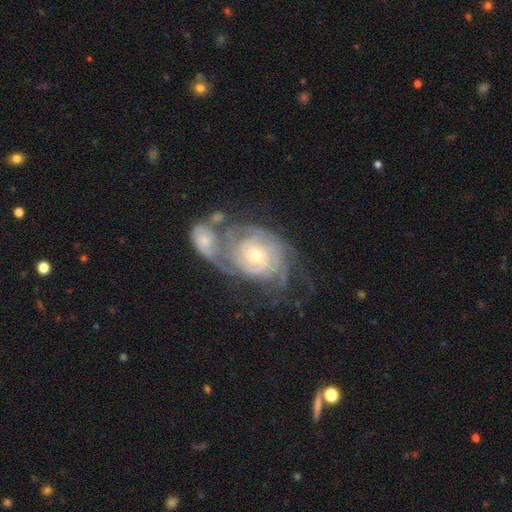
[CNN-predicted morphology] Smooth or featured?
  - featured or disk: 88% *
  - smooth: 7%
  - star or artifact: 5%
Edge-on disk?
  - no: 97% *
  - yes: 3%
Bar?
  - no: 74% *
  - weak: 20%
  - strong: 6%
Spiral arms?
  - yes: 97% *
  - no: 3%
Spiral winding?
  - tight: 76% *
  - medium: 20%
  - loose: 5%
Spiral arm count?
  - can't tell: 35% *
  - 2: 19%
  - 3: 18%
  - 4: 14%
  - more than 4: 8%
  - 1: 6%
Bulge size?
  - small: 56% *
  - moderate: 40%
  - large: 2%
  - none: 1%
  - dominant: 1%
Merging?
  - merger: 49% *
  - none: 25%
  - minor disturbance: 13%
  - major disturbance: 13%